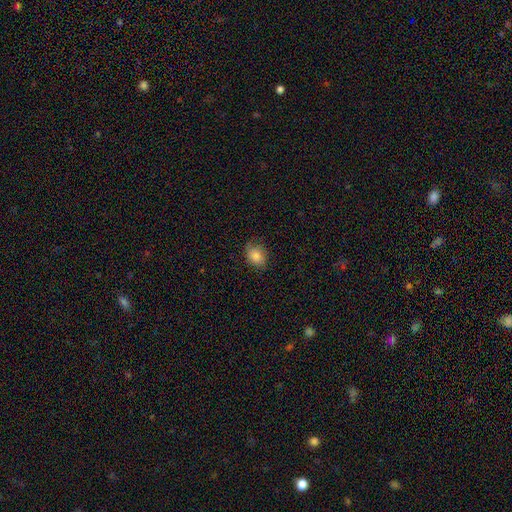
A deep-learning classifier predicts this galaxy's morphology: Smooth or featured? smooth (82%)
How rounded? in between (54%)
Merging? none (72%)